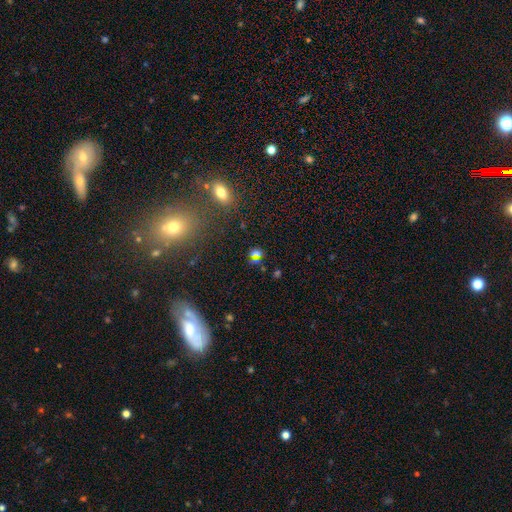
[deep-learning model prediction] smooth-or-featured: star or artifact: 43% (tied) | smooth: 43% (tied) | featured or disk: 14%